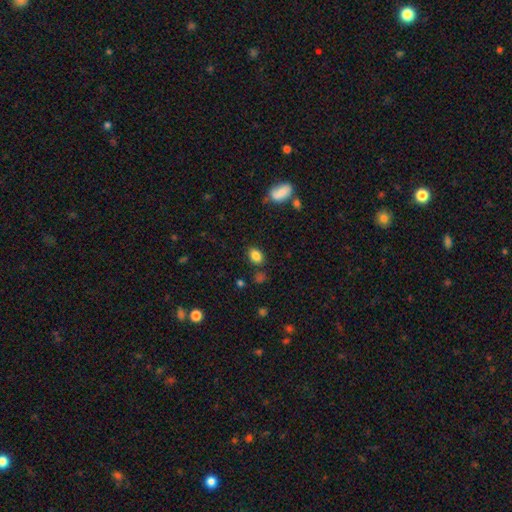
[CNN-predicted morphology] Q: Smooth or featured?
A: smooth (84%); runner-up: star or artifact (10%)
Q: How rounded?
A: in between (79%); runner-up: round (20%)
Q: Merging?
A: none (81%); runner-up: minor disturbance (12%)